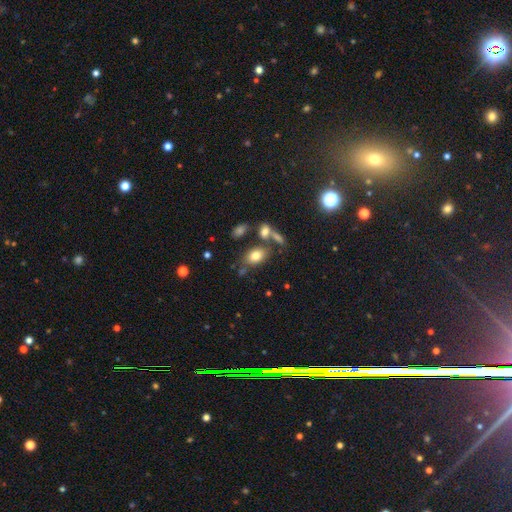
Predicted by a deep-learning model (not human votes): Overall: smooth (78%). How rounded: in between (83%). Merging: none (64%).